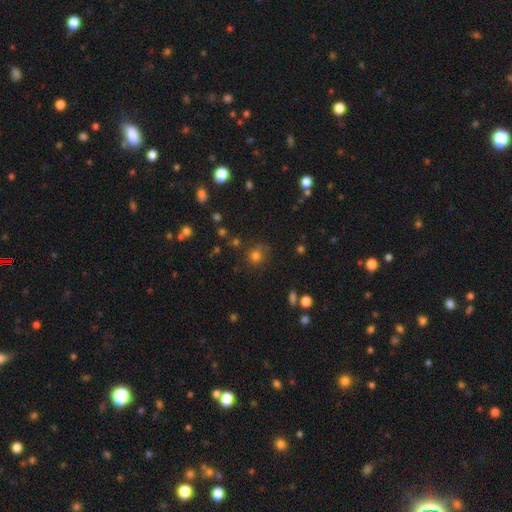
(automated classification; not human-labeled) Smooth or featured?
  - smooth: 74% *
  - star or artifact: 19%
  - featured or disk: 7%
How rounded?
  - round: 85% *
  - in between: 14%
  - cigar-shaped: 1%
Merging?
  - none: 71% *
  - minor disturbance: 16%
  - major disturbance: 7%
  - merger: 6%